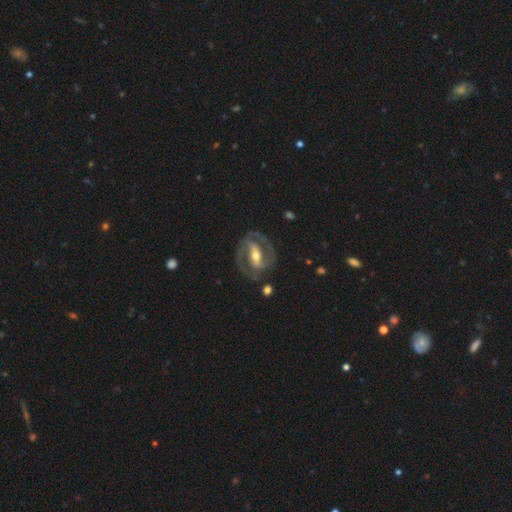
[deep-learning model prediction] smooth-or-featured: featured or disk: 87% | smooth: 9% | star or artifact: 4%
  disk-edge-on: no: 95% | yes: 5%
    bar: strong: 64% | weak: 24% | no: 12%
    has-spiral-arms: yes: 91% | no: 9%
      spiral-winding: medium: 49% | tight: 39% | loose: 12%
      spiral-arm-count: 2: 90% | can't tell: 4% | 1: 2% | 3: 2% | 4: 1% | more than 4: 1%
    bulge-size: moderate: 64% | small: 29% | large: 6% | none: 1% | dominant: 1%
  merging: none: 79% | minor disturbance: 12% | major disturbance: 7% | merger: 2%